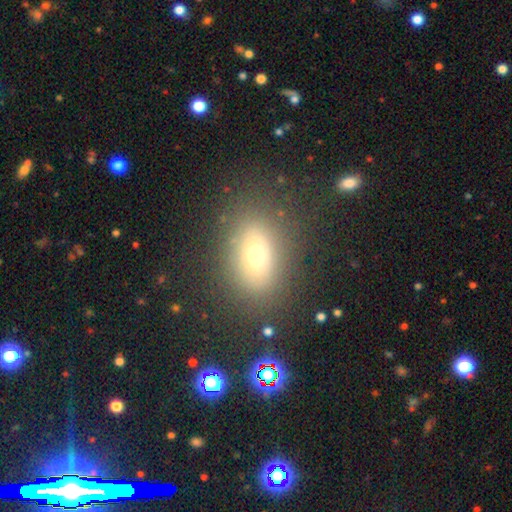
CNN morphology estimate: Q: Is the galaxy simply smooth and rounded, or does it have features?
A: smooth — 63%.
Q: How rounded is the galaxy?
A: in between — 76%.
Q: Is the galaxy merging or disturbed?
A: none — 80%.